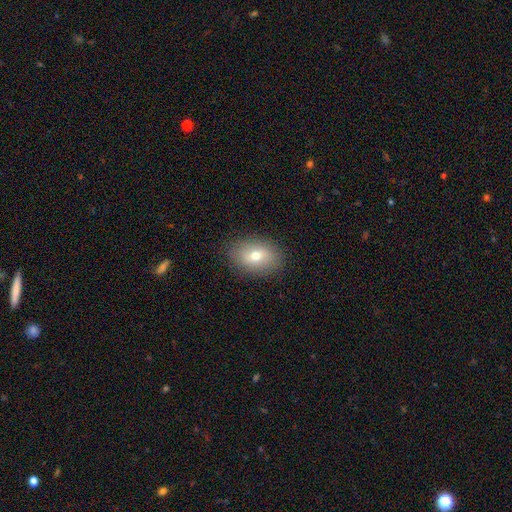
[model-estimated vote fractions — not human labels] Smooth or featured: smooth — 71% (featured or disk — 20%)
How rounded: in between — 78% (round — 20%)
Merging: none — 86% (minor disturbance — 10%)